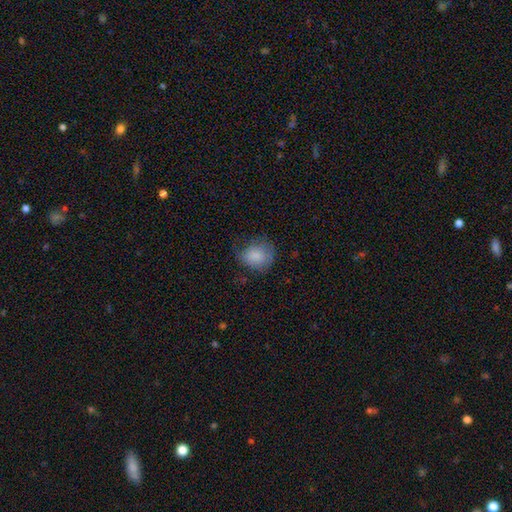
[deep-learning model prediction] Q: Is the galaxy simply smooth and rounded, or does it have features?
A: smooth — 82%.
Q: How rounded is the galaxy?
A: round — 67%.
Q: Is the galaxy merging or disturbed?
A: none — 58%.